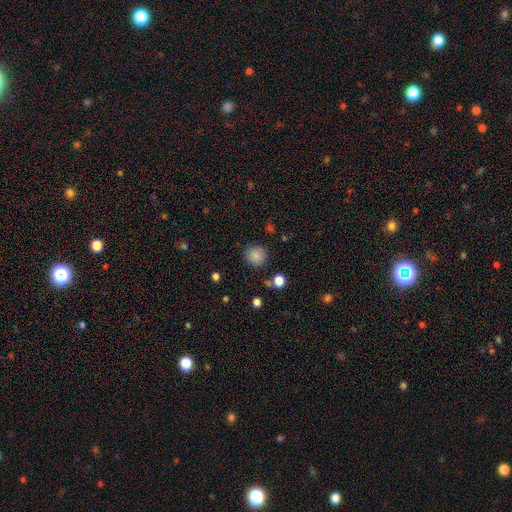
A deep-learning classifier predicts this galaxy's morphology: Smooth or featured? smooth (85%)
How rounded? round (91%)
Merging? none (86%)